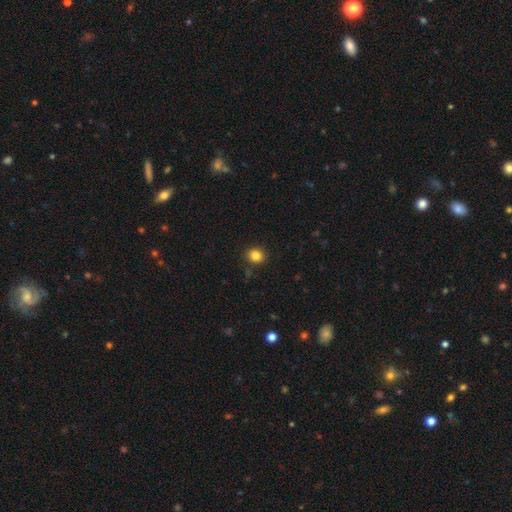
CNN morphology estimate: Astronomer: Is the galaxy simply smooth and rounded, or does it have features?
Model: smooth — 83%.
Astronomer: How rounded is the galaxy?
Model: round — 85%.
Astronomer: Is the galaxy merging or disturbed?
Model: none — 90%.